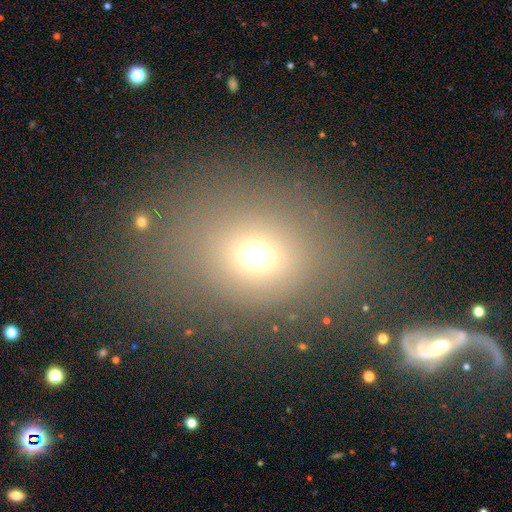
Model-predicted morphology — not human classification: smooth 55%, star or artifact 33%, featured or disk 12%. Down the decision tree: how rounded — round (51%); merging — none (79%).